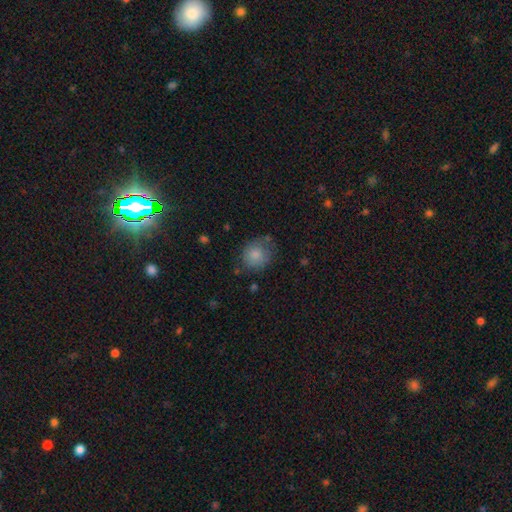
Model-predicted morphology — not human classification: Smooth or featured: smooth — 82% (featured or disk — 9%)
How rounded: round — 77% (in between — 23%)
Merging: none — 66% (minor disturbance — 23%)